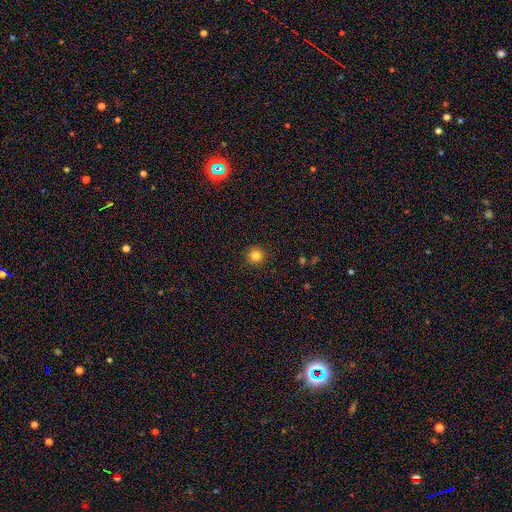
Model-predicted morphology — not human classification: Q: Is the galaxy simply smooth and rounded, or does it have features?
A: smooth — 82%.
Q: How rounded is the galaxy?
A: round — 94%.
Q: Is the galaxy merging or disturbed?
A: none — 91%.